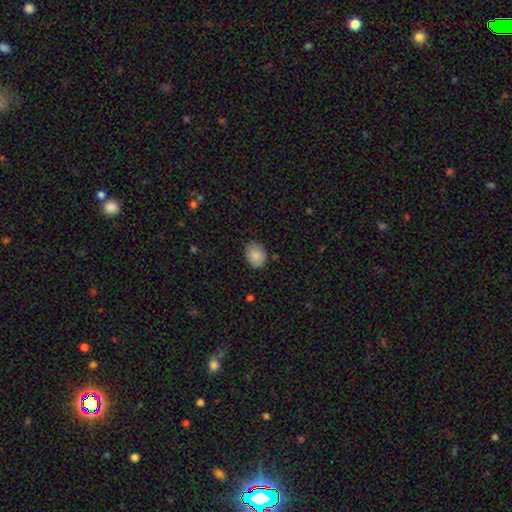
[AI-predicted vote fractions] A smooth galaxy with no disk features (87%) that is in between round and cigar-shaped (53%). Merging: none (83%).